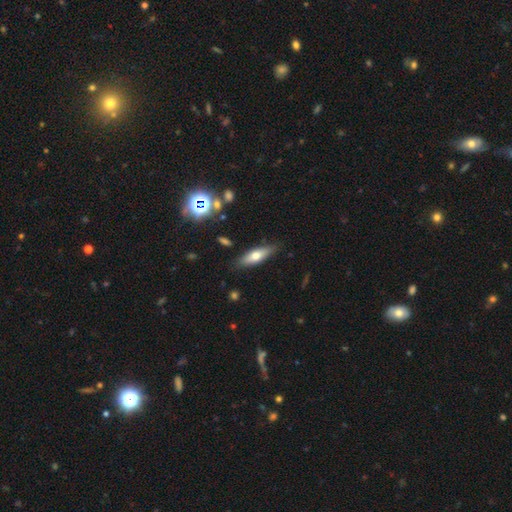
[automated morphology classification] Smooth or featured? smooth (61%)
How rounded? cigar-shaped (51%)
Merging? none (84%)